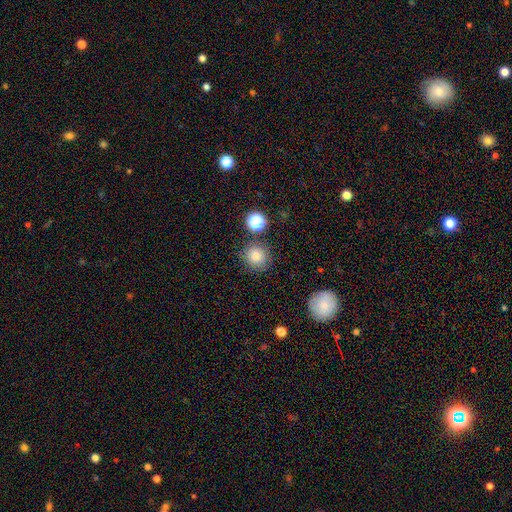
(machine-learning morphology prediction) Q: Smooth or featured?
A: smooth (78%); runner-up: star or artifact (14%)
Q: How rounded?
A: round (90%); runner-up: in between (9%)
Q: Merging?
A: none (83%); runner-up: minor disturbance (9%)